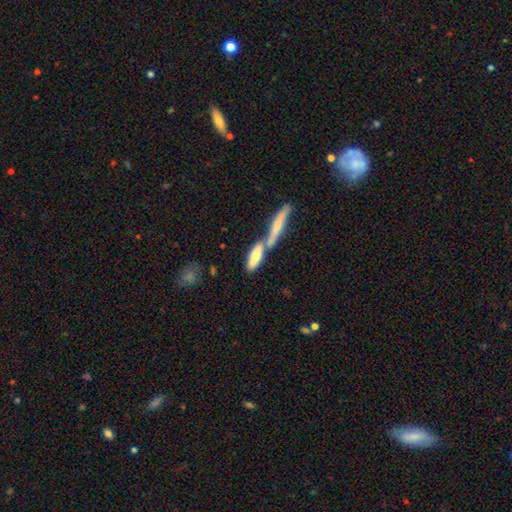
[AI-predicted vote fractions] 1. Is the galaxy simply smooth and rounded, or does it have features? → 76% smooth, 18% featured or disk, 6% star or artifact.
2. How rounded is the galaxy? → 51% cigar-shaped, 46% in between, 2% round.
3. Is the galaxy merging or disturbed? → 53% merger, 34% none, 9% minor disturbance, 4% major disturbance.